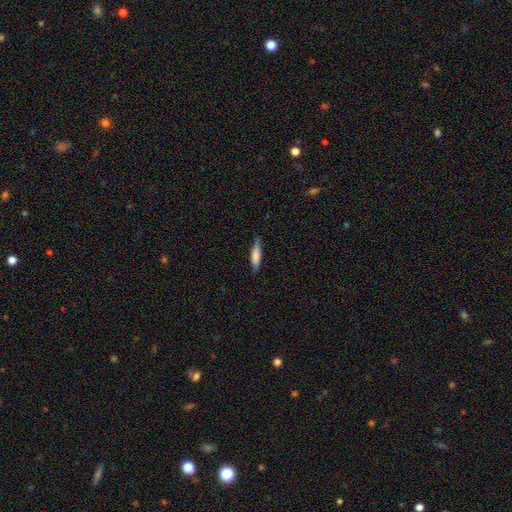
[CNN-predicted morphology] This appears to be a smooth galaxy with no disk features (78%) that is cigar-shaped (71%). Merging: none (78%).